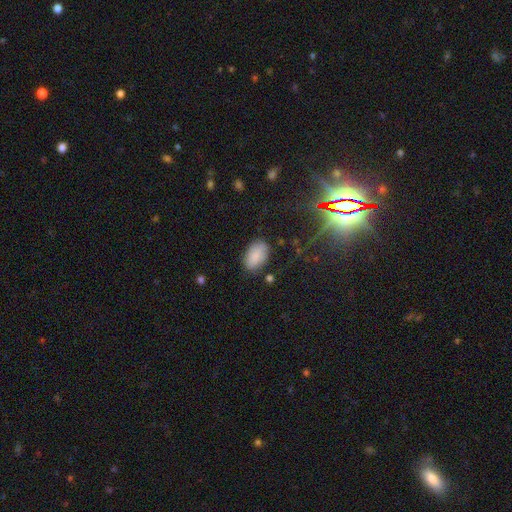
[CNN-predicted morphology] This appears to be a smooth galaxy with no disk features (86%) that is in between round and cigar-shaped (93%). Merging: none (77%).